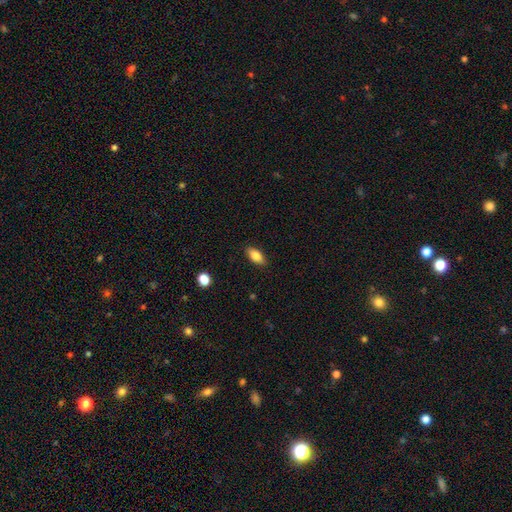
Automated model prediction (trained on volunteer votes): Smooth or featured? Predicted: smooth (p=0.83). How rounded? Predicted: in between (p=0.87). Merging? Predicted: none (p=0.88).